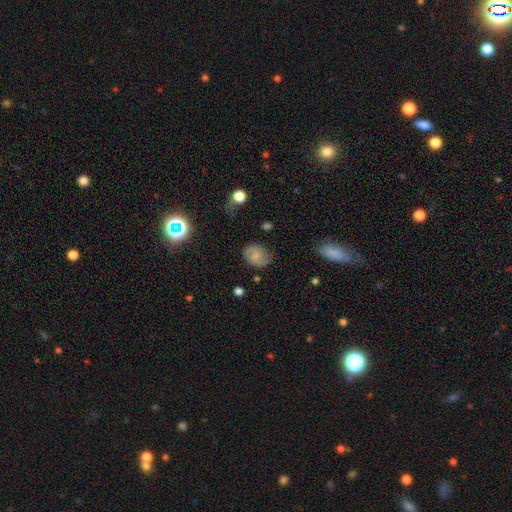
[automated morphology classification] The model was most divided on "how rounded": in between: 56%, round: 43%, cigar-shaped: 1%. More confident: merging — none (71%); smooth or featured — smooth (55%).